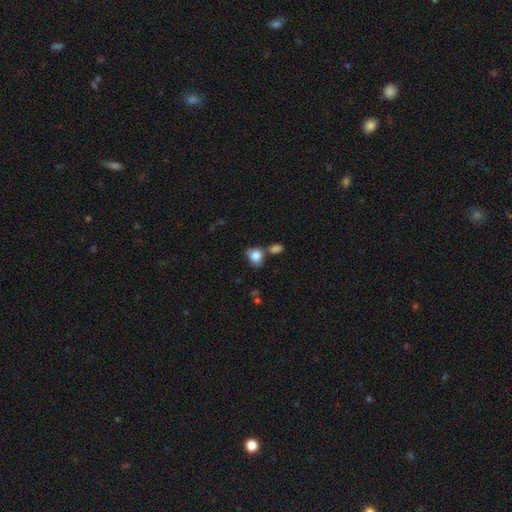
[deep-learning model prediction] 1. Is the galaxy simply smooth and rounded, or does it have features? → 84% smooth, 9% star or artifact, 7% featured or disk.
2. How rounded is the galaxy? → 53% round, 46% in between, 1% cigar-shaped.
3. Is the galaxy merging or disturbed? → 46% none, 31% merger, 17% minor disturbance, 7% major disturbance.